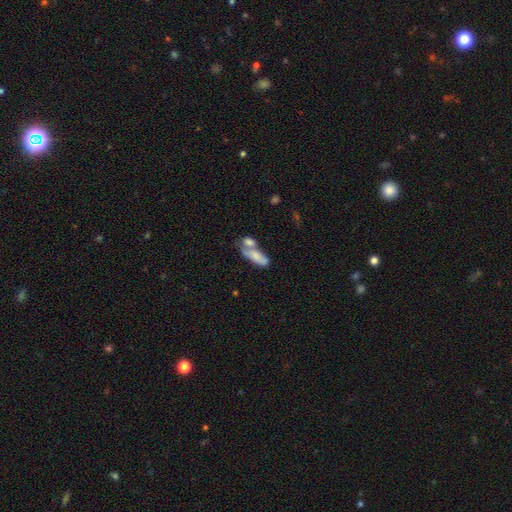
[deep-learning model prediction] Q: Smooth or featured?
A: smooth (67%); runner-up: featured or disk (26%)
Q: How rounded?
A: in between (75%); runner-up: cigar-shaped (22%)
Q: Merging?
A: merger (55%); runner-up: none (23%)